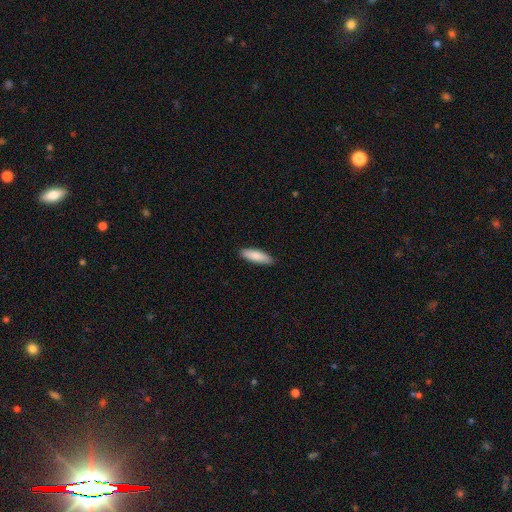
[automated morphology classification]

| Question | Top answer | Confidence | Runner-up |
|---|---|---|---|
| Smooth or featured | smooth | 87% | featured or disk (8%) |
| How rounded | cigar-shaped | 53% | in between (45%) |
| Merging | none | 89% | minor disturbance (9%) |